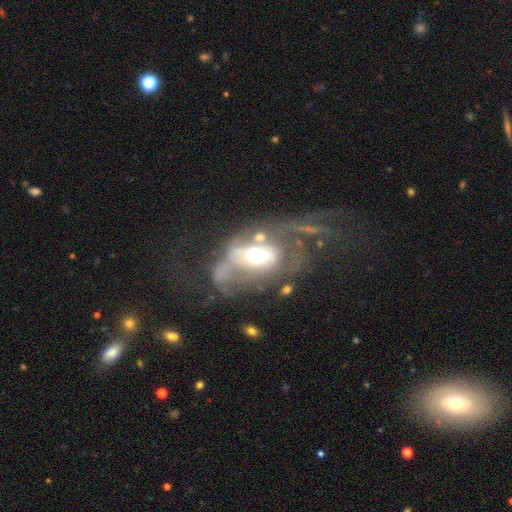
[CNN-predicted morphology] This is likely a featured or disk galaxy (63%). It is clearly not viewed edge-on (93%). Bar: likely no (63%). Spiral arm pattern: likely no (61%). Central bulge: possibly moderate (52%). Merging: possibly major disturbance (51%).